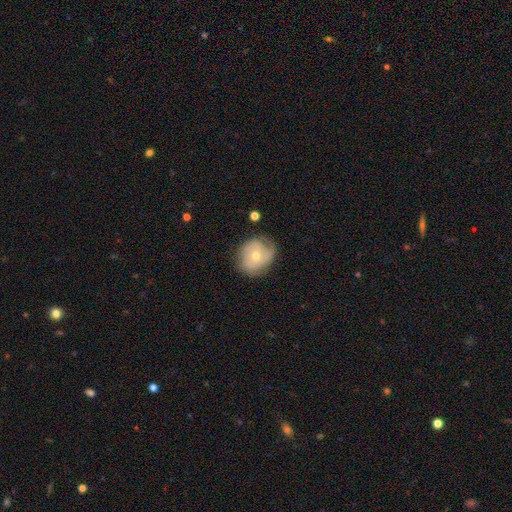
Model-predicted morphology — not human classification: This is possibly a featured or disk galaxy (49%). Merging: possibly none (57%).